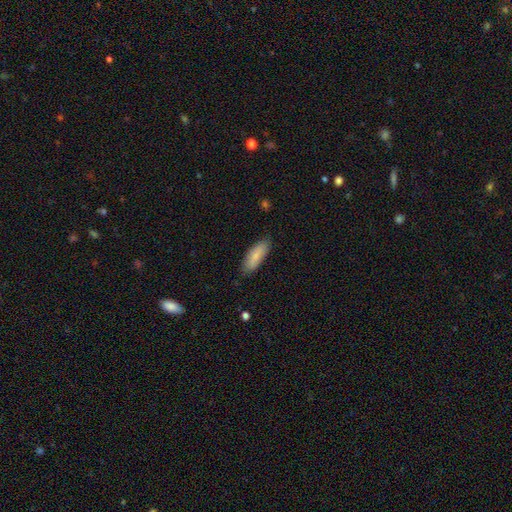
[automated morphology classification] smooth 78%, featured or disk 16%, star or artifact 6%. Down the decision tree: how rounded — in between (65%); merging — none (82%).